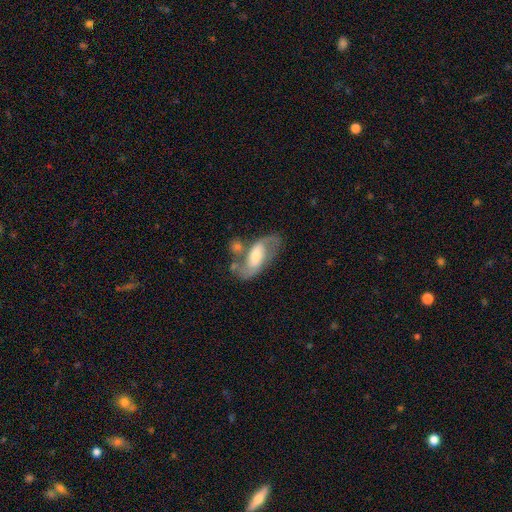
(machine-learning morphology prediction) Q: Smooth or featured?
A: featured or disk (74%); runner-up: smooth (20%)
Q: Edge-on disk?
A: no (94%); runner-up: yes (6%)
Q: Bar?
A: weak (42%); runner-up: strong (29%)
Q: Spiral arms?
A: yes (88%); runner-up: no (12%)
Q: Spiral winding?
A: loose (51%); runner-up: medium (39%)
Q: Spiral arm count?
A: 2 (89%); runner-up: can't tell (5%)
Q: Bulge size?
A: moderate (50%); runner-up: small (29%)
Q: Merging?
A: none (52%); runner-up: minor disturbance (18%)